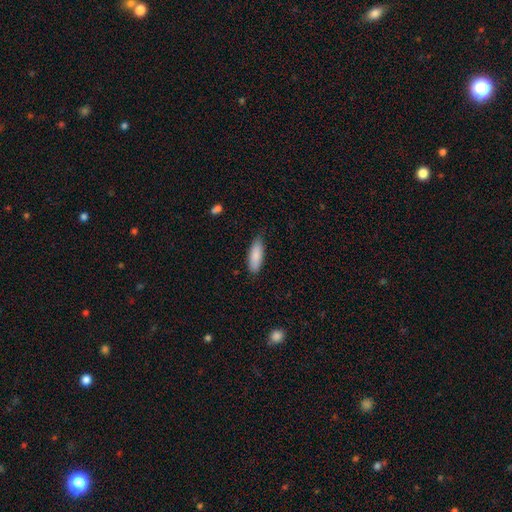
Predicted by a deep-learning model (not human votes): smooth-or-featured: smooth: 86% | featured or disk: 8% | star or artifact: 6%
  how-rounded: in between: 62% | cigar-shaped: 36% | round: 2%
  merging: none: 80% | minor disturbance: 16% | major disturbance: 2% | merger: 1%